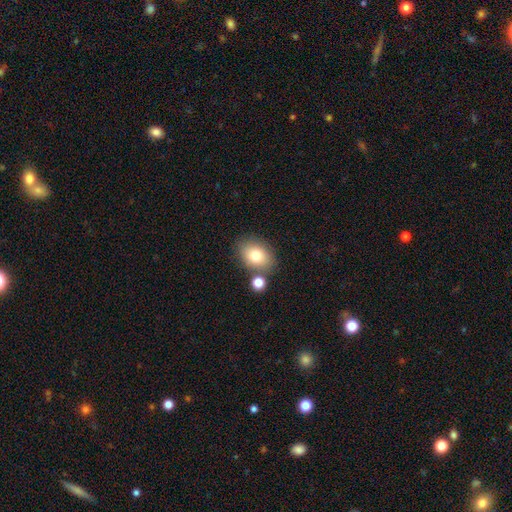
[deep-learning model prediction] smooth-or-featured: smooth: 78% | featured or disk: 13% | star or artifact: 9%
  how-rounded: in between: 71% | round: 28% | cigar-shaped: 1%
  merging: none: 71% | merger: 13% | minor disturbance: 12% | major disturbance: 4%